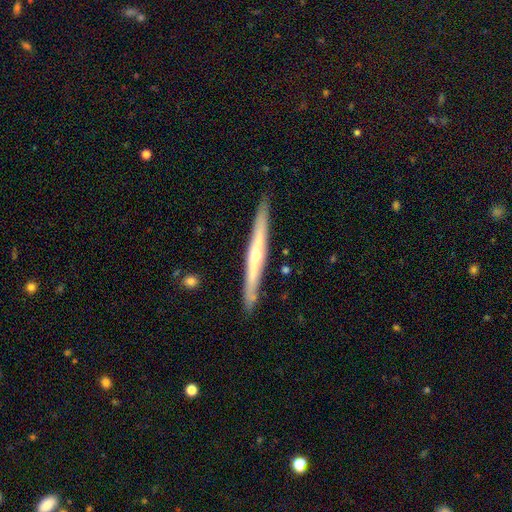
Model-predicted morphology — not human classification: Smooth or featured?
  - featured or disk: 71% *
  - smooth: 23%
  - star or artifact: 5%
Edge-on disk?
  - yes: 96% *
  - no: 4%
Edge-on bulge?
  - rounded: 74% *
  - none: 23%
  - boxy: 3%
Merging?
  - none: 90% *
  - minor disturbance: 8%
  - major disturbance: 1%
  - merger: 1%